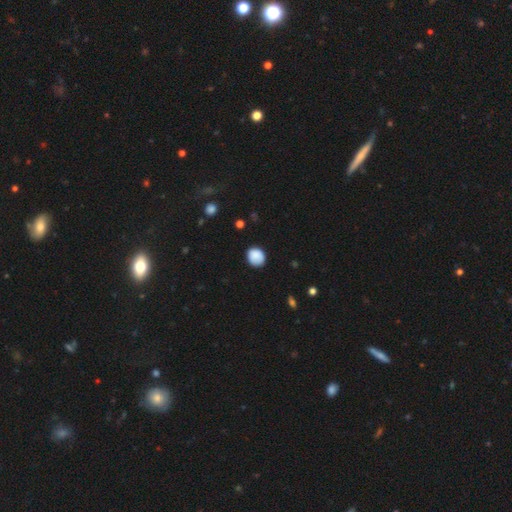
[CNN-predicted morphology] smooth-or-featured: smooth: 87% | star or artifact: 8% | featured or disk: 5%
  how-rounded: round: 77% | in between: 22% | cigar-shaped: 1%
  merging: none: 80% | minor disturbance: 15% | major disturbance: 3% | merger: 1%